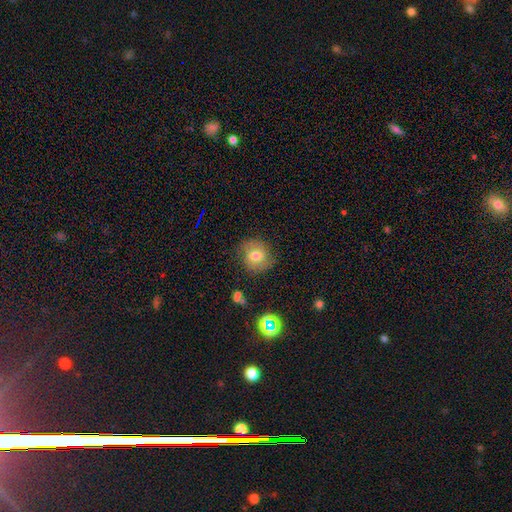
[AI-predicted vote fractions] A smooth galaxy with no disk features (59%) that is round (78%). Merging: none (75%).